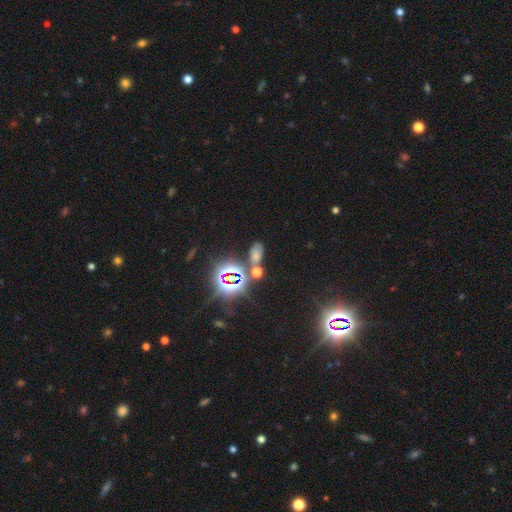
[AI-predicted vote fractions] Smooth or featured? star or artifact (47%)